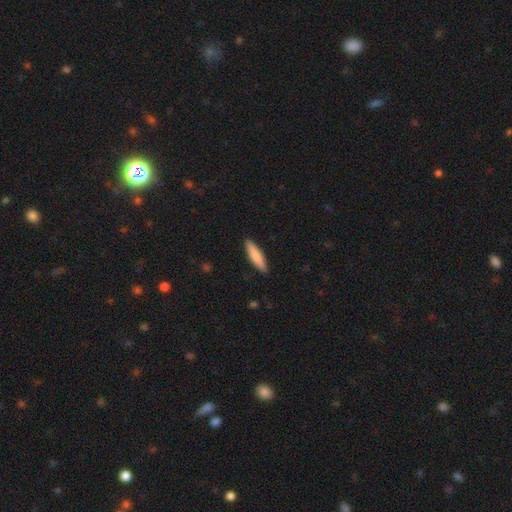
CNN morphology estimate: Overall: smooth (80%). How rounded: cigar-shaped (80%). Merging: none (90%).